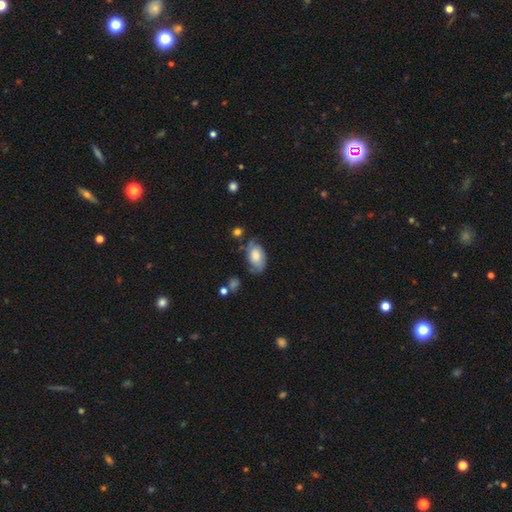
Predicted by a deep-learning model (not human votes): smooth_or_featured: smooth (p=0.56) [alt: featured or disk p=0.36]
how_rounded: in between (p=0.91) [alt: round p=0.07]
merging: none (p=0.57) [alt: minor disturbance p=0.29]